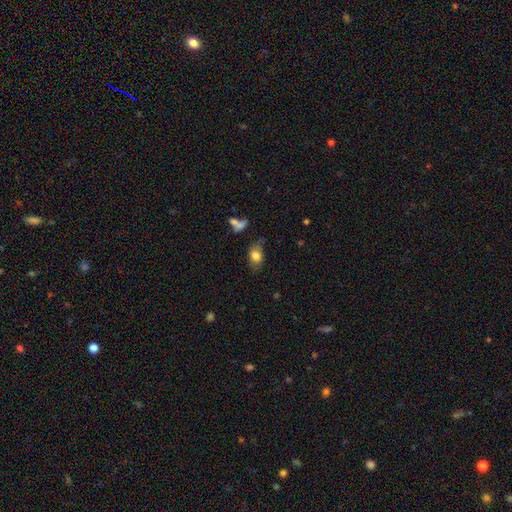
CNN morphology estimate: A smooth galaxy with no disk features (76%) that is in between round and cigar-shaped (81%). Merging: none (57%).